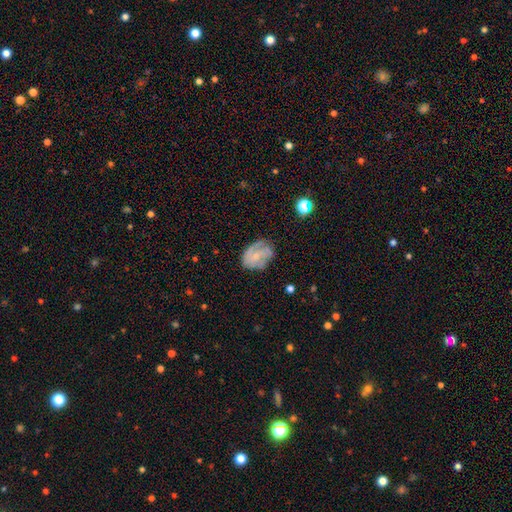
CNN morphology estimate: Overall: featured or disk (68%). Edge-on disk: no (97%). Bar: no (57%; weak 35%). Spiral arms: yes (85%). Spiral arm count: 2 (33%; can't tell 30%). Spiral winding: tight (43%; medium 40%). Bulge size: small (61%). Merging: none (63%; minor disturbance 23%).